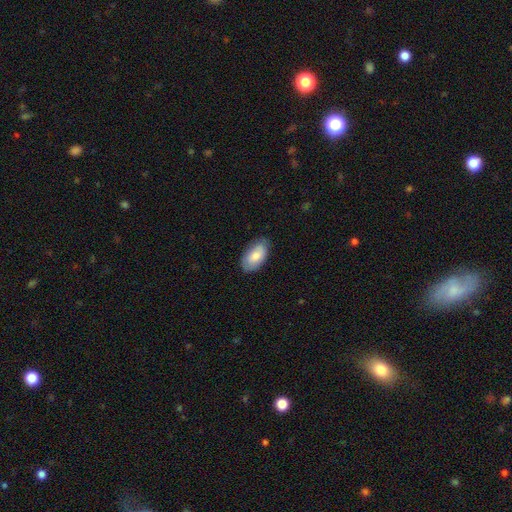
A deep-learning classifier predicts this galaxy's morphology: A smooth galaxy with no disk features (81%) that is in between round and cigar-shaped (95%).

Vote fractions:
- Smooth or featured? smooth: 81% / featured or disk: 13% / star or artifact: 6%
- How rounded? in between: 95% / round: 3% / cigar-shaped: 2%
- Merging? none: 80% / minor disturbance: 17% / major disturbance: 3% / merger: 1%